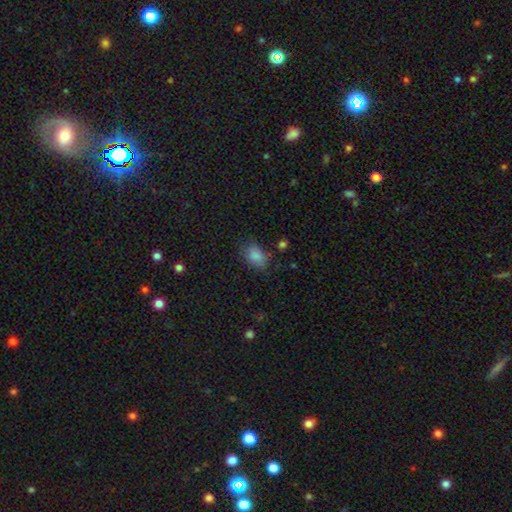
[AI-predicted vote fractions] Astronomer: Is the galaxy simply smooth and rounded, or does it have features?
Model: smooth — 84%.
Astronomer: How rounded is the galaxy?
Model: in between — 79%.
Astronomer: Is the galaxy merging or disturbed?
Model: none — 68%.